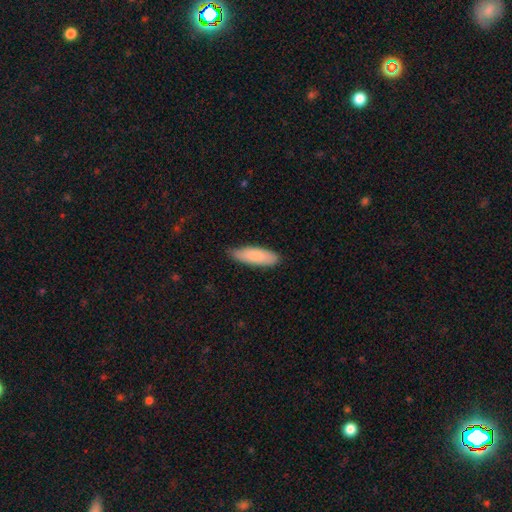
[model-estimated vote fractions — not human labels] Morphology: type=smooth (84%); roundness=in between (52%); merging=none (78%).